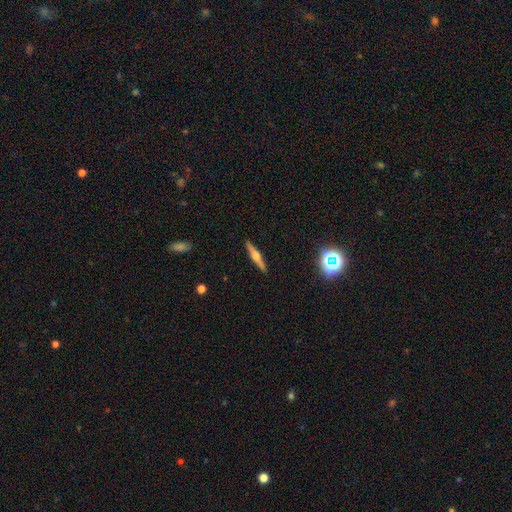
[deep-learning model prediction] Morphology: type=featured or disk (66%); edge-on=yes (97%); edge-on bulge=rounded (88%); merging=none (91%).